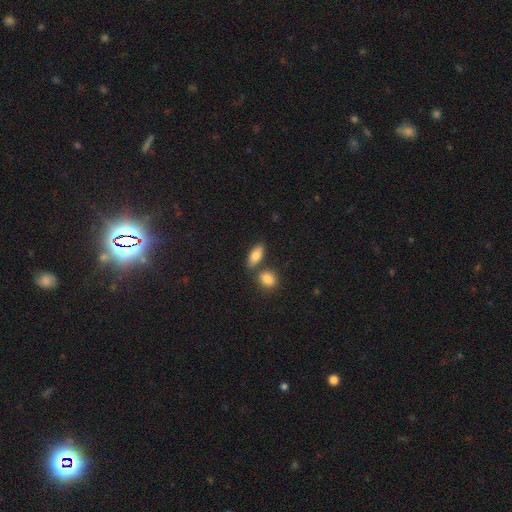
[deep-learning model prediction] Q: Smooth or featured?
A: smooth (82%); runner-up: featured or disk (11%)
Q: How rounded?
A: in between (81%); runner-up: cigar-shaped (14%)
Q: Merging?
A: none (66%); runner-up: merger (20%)